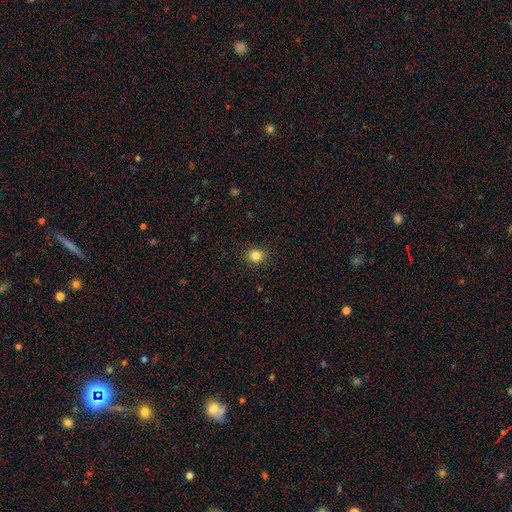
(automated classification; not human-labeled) Overall: smooth (84%). How rounded: round (66%; in between 33%). Merging: none (90%).